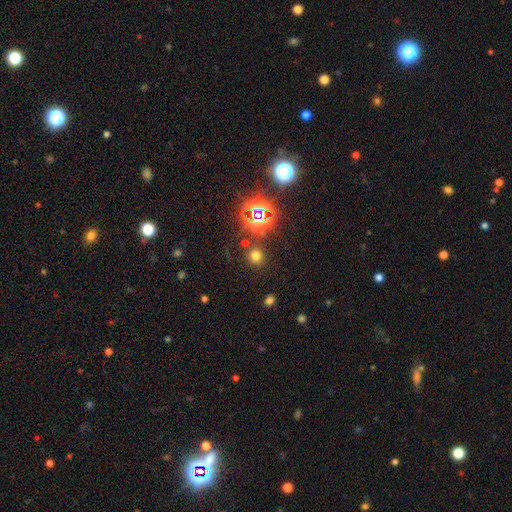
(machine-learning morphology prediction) smooth_or_featured: smooth (p=0.64) [alt: star or artifact p=0.29]
how_rounded: round (p=0.88) [alt: in between p=0.11]
merging: none (p=0.82) [alt: minor disturbance p=0.08]